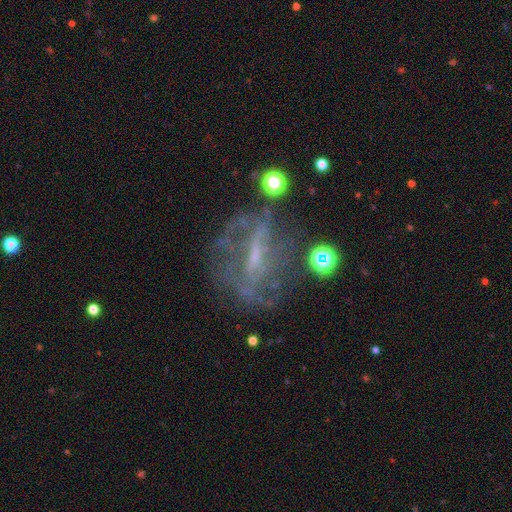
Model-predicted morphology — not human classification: A featured or disk galaxy (67%) with a weak bar (39%), no spiral arms (55%) and a small central bulge (50%). Merging: none (54%).